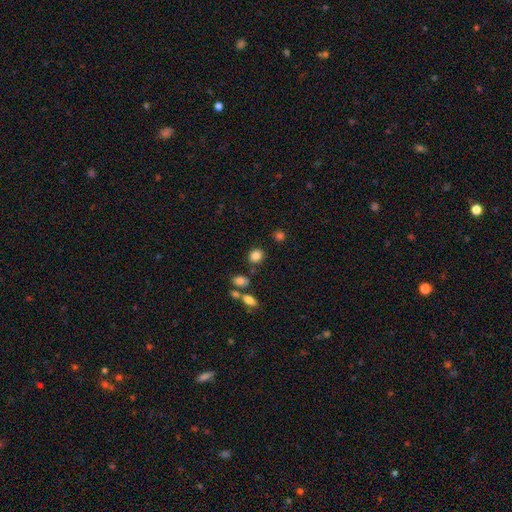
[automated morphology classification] The model was most divided on "how rounded": round: 69%, in between: 30%, cigar-shaped: 1%. More confident: smooth or featured — smooth (84%); merging — none (80%).